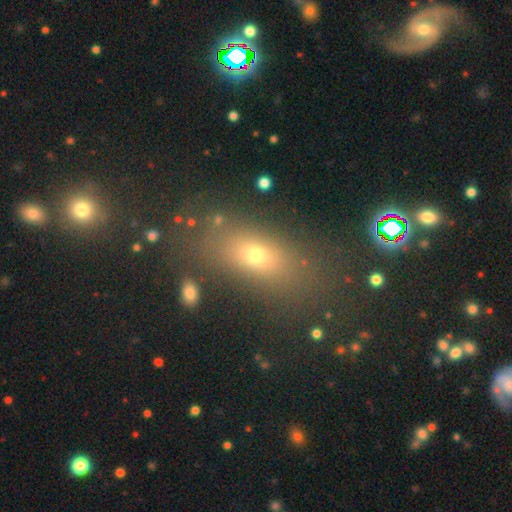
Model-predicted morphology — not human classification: Q: Smooth or featured?
A: smooth (61%); runner-up: star or artifact (25%)
Q: How rounded?
A: in between (69%); runner-up: round (20%)
Q: Merging?
A: none (77%); runner-up: minor disturbance (11%)